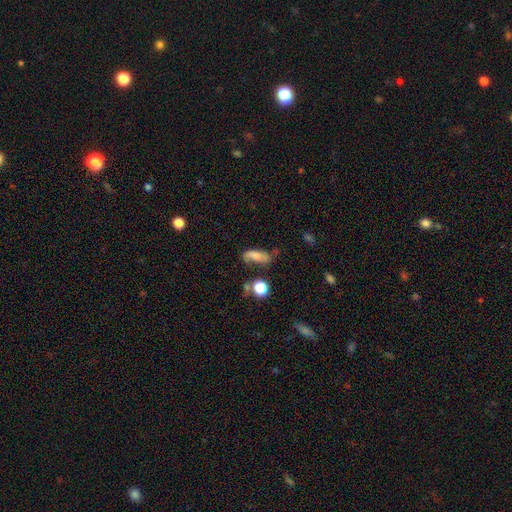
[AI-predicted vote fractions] This appears to be a smooth galaxy with no disk features (54%) that is in between round and cigar-shaped (70%). Merging: none (49%).